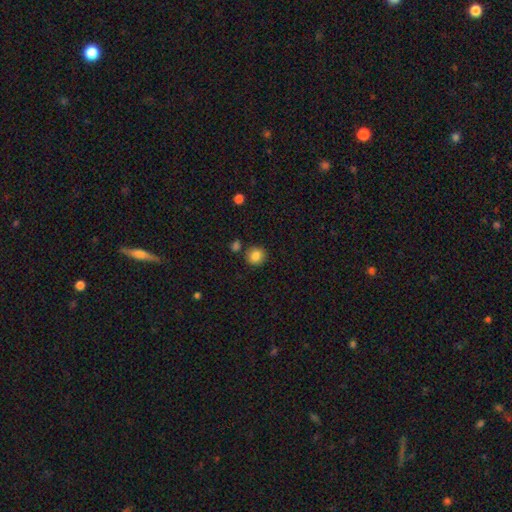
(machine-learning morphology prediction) Smooth or featured: smooth — 86% (star or artifact — 9%)
How rounded: round — 86% (in between — 13%)
Merging: none — 82% (minor disturbance — 9%)